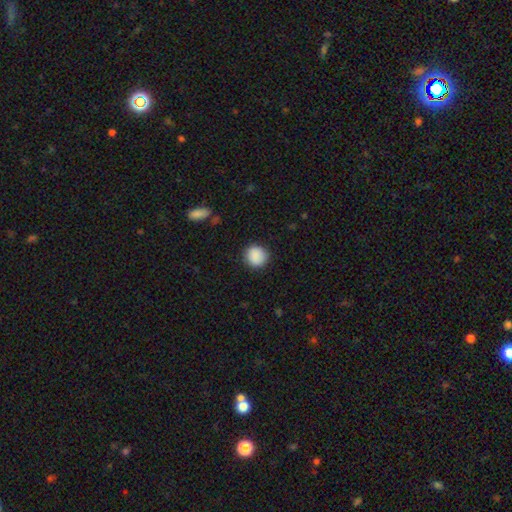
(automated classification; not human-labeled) A smooth galaxy with no disk features (89%) that is round (91%).

Vote fractions:
- Smooth or featured? smooth: 89% / star or artifact: 7% / featured or disk: 3%
- How rounded? round: 91% / in between: 8% / cigar-shaped: 1%
- Merging? none: 88% / minor disturbance: 8% / major disturbance: 2% / merger: 1%